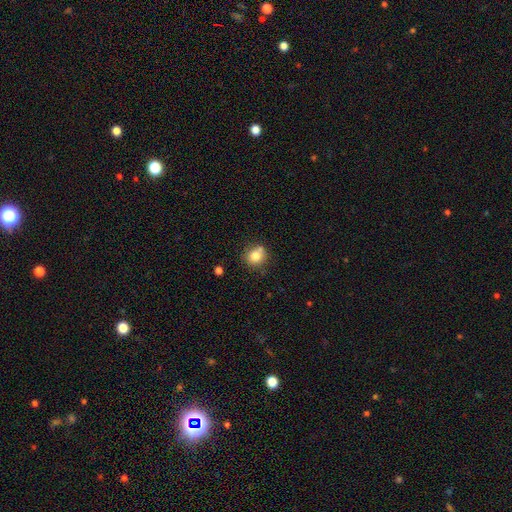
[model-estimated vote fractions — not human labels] Morphology: type=smooth (80%); roundness=round (85%); merging=none (68%).